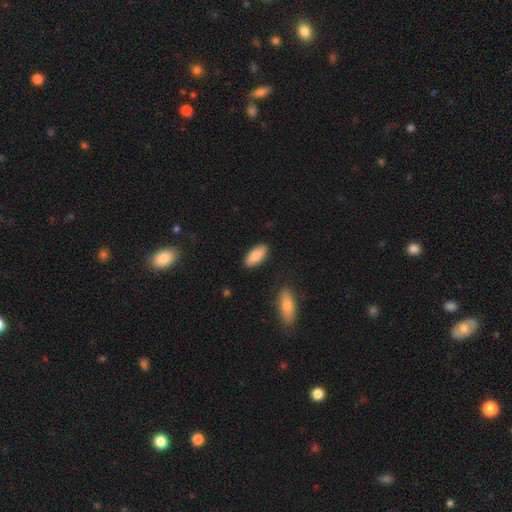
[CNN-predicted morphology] Smooth or featured?
  - smooth: 84% *
  - featured or disk: 10%
  - star or artifact: 6%
How rounded?
  - in between: 87% *
  - cigar-shaped: 11%
  - round: 2%
Merging?
  - none: 86% *
  - minor disturbance: 10%
  - merger: 2%
  - major disturbance: 2%